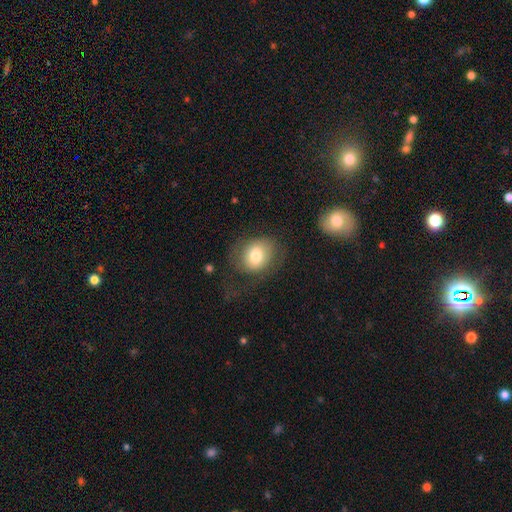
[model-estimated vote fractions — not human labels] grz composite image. It shows a smooth galaxy with no disk features (75%) that is round (54%). Merging: none (56%).